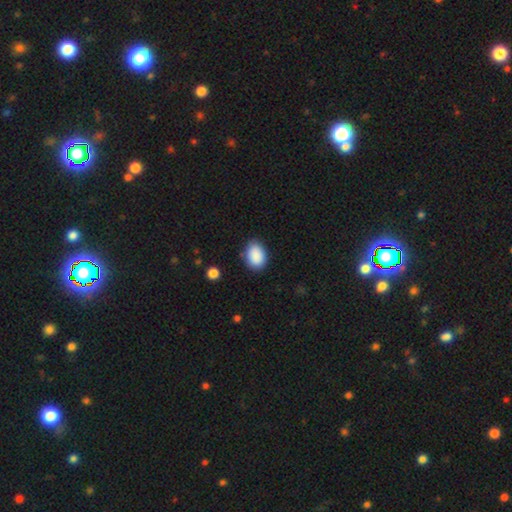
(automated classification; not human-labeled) Smooth or featured? Predicted: smooth (p=0.89). How rounded? Predicted: in between (p=0.79). Merging? Predicted: none (p=0.81).